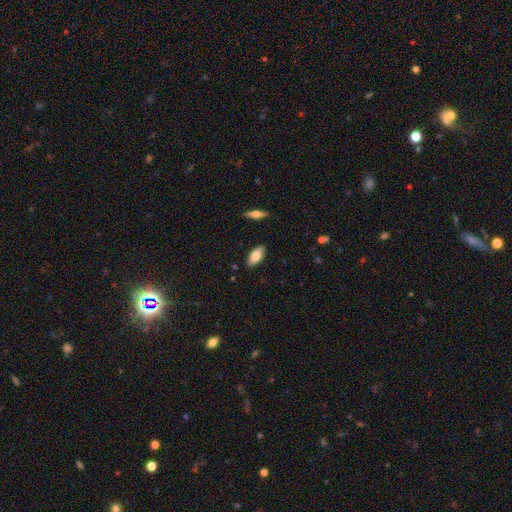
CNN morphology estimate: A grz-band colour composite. It shows a smooth galaxy with no disk features (79%) that is in between round and cigar-shaped (88%). Merging: none (87%).